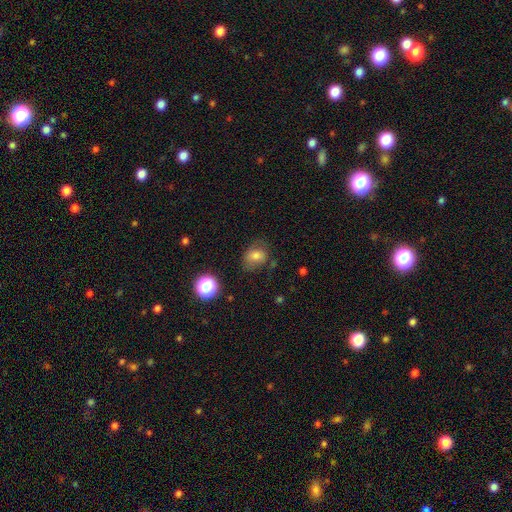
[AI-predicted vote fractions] Smooth or featured?
  - smooth: 69% *
  - featured or disk: 17%
  - star or artifact: 13%
How rounded?
  - in between: 57% *
  - round: 42%
  - cigar-shaped: 1%
Merging?
  - none: 59% *
  - minor disturbance: 26%
  - major disturbance: 13%
  - merger: 2%